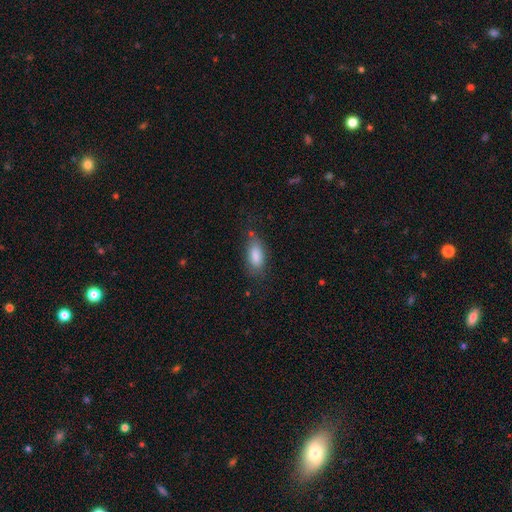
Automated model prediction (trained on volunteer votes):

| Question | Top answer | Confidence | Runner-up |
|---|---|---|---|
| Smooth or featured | smooth | 84% | featured or disk (8%) |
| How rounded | in between | 88% | cigar-shaped (9%) |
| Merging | none | 67% | minor disturbance (22%) |